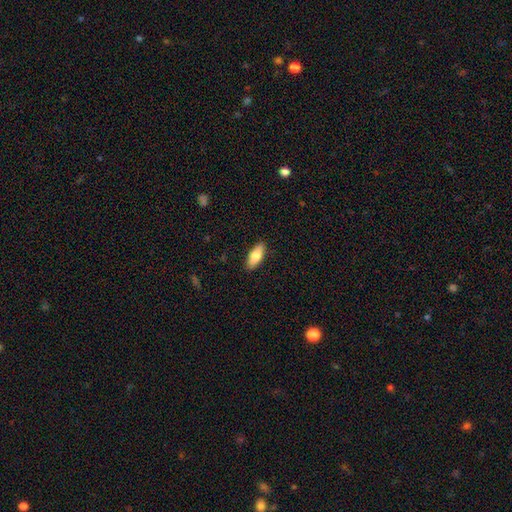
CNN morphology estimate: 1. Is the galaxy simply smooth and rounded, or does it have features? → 76% smooth, 18% featured or disk, 6% star or artifact.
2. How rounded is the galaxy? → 73% in between, 24% cigar-shaped, 2% round.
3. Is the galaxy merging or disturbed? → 89% none, 8% minor disturbance, 2% major disturbance, 1% merger.